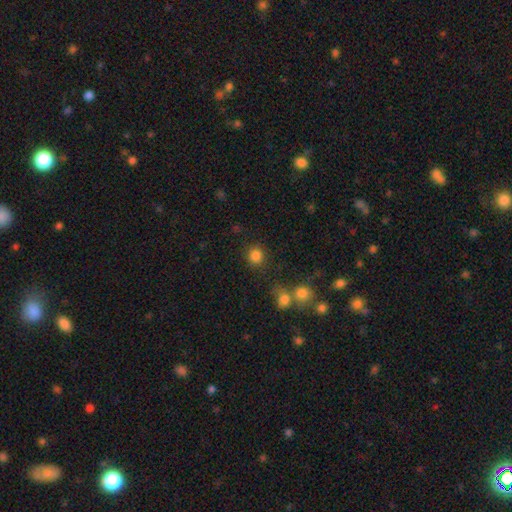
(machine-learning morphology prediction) This appears to be a smooth galaxy with no disk features (83%) that is round (88%). Merging: none (82%).